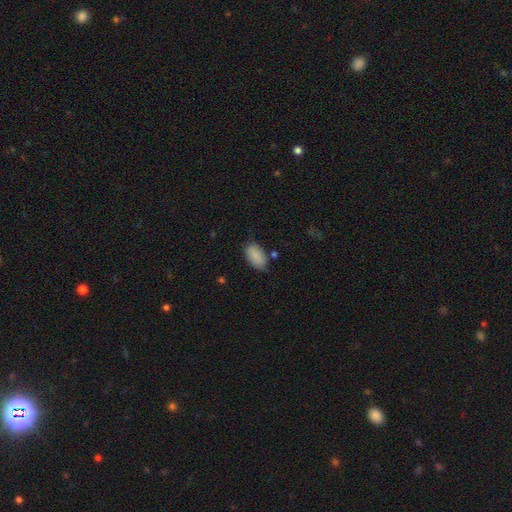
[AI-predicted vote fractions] A smooth galaxy with no disk features (88%) that is in between round and cigar-shaped (94%).

Vote fractions:
- Smooth or featured? smooth: 88% / star or artifact: 7% / featured or disk: 5%
- How rounded? in between: 94% / round: 4% / cigar-shaped: 2%
- Merging? none: 74% / minor disturbance: 18% / major disturbance: 4% / merger: 4%